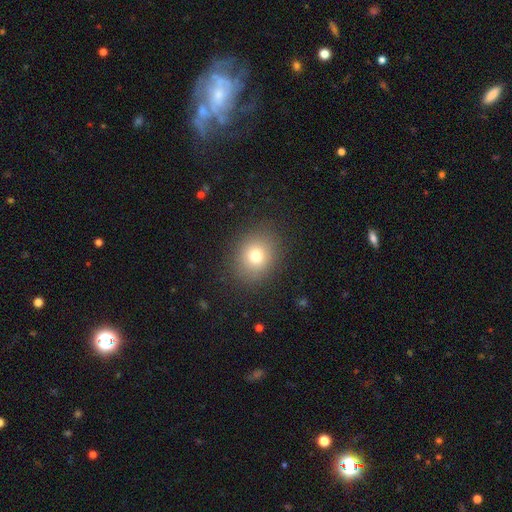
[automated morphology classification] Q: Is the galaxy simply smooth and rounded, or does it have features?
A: smooth — 76%.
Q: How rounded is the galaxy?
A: round — 67%.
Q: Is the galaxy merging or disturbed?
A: none — 87%.